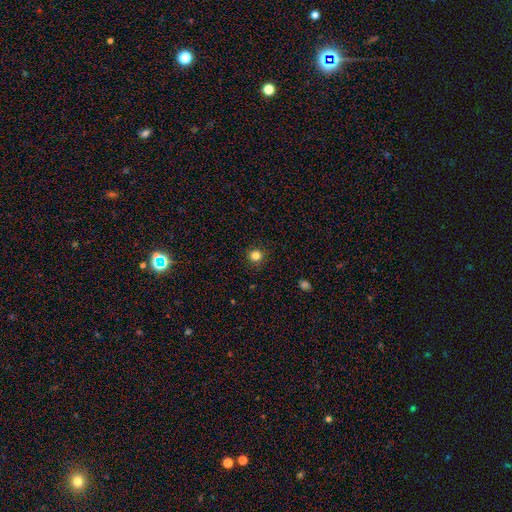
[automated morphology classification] This is clearly a smooth galaxy (83%). How rounded: clearly round (94%). Merging: clearly none (91%).